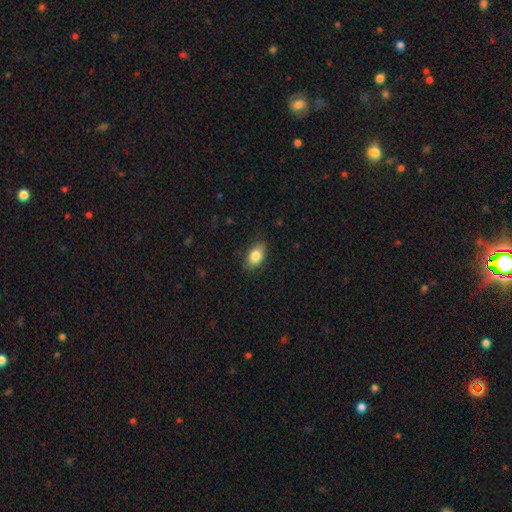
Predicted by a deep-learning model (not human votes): Smooth or featured? smooth (84%)
How rounded? in between (89%)
Merging? none (83%)